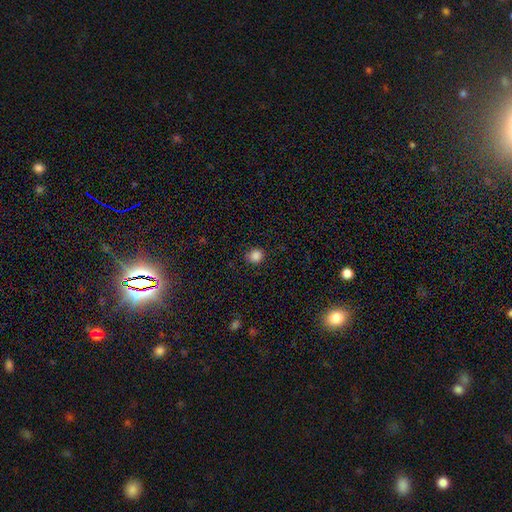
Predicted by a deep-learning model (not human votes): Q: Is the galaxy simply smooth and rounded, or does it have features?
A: smooth — 85%.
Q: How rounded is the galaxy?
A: round — 88%.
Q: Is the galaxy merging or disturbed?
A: none — 86%.